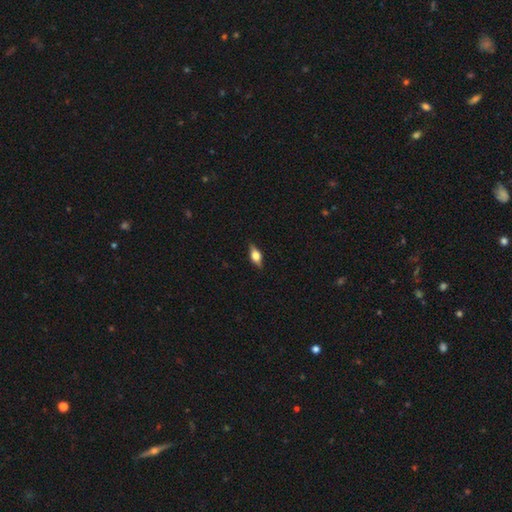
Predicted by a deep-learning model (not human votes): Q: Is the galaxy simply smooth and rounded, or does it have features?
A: smooth — 49%.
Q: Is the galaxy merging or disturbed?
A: none — 86%.